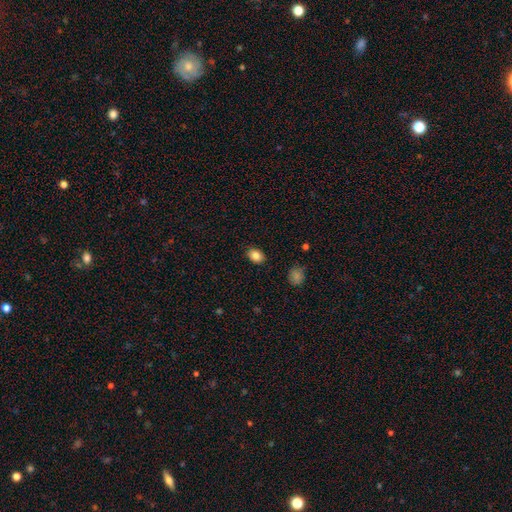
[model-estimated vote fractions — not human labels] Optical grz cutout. It shows a smooth galaxy with no disk features (84%) that is in between round and cigar-shaped (74%). Merging: none (88%).